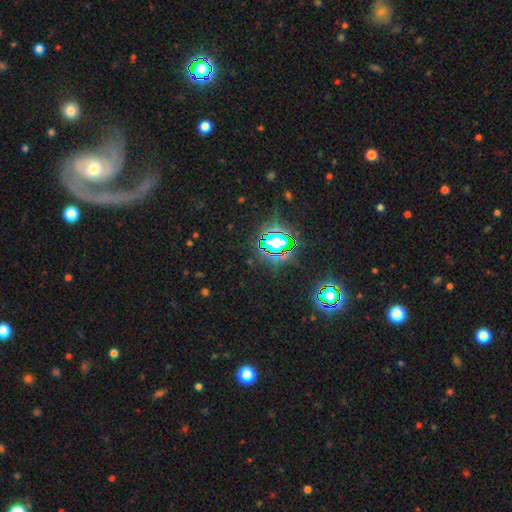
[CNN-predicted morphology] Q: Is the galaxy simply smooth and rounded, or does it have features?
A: featured or disk — 56%.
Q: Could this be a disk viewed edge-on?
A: no — 89%.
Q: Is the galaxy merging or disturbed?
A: none — 58%.